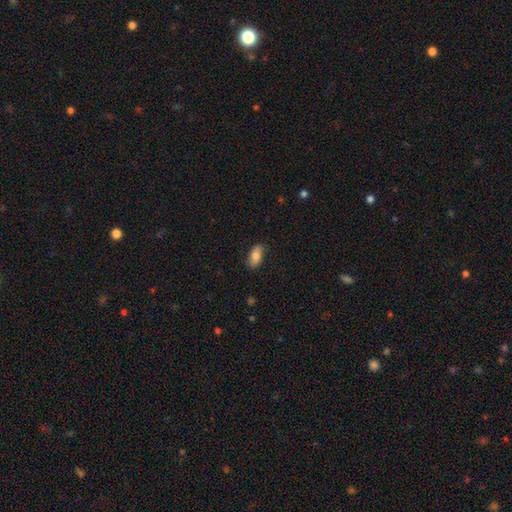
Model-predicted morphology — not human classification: This is clearly a smooth galaxy (80%). How rounded: clearly in between (91%). Merging: clearly none (84%).